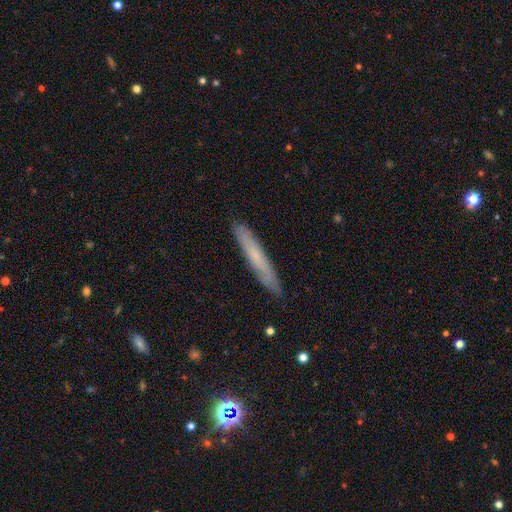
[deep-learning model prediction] This is possibly a smooth galaxy (58%). How rounded: clearly cigar-shaped (94%). Merging: clearly none (87%).